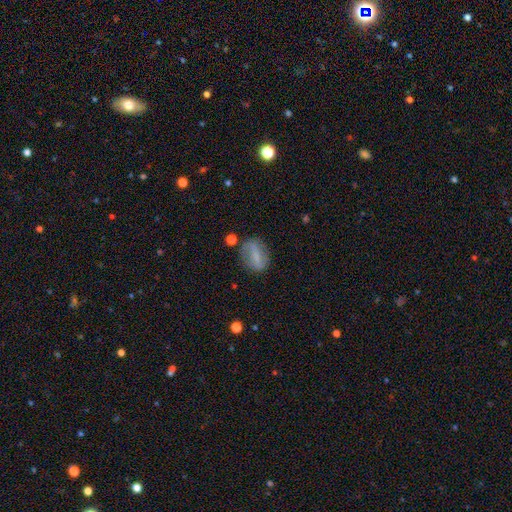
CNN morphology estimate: Smooth or featured?
  - smooth: 53% *
  - featured or disk: 38%
  - star or artifact: 9%
How rounded?
  - in between: 67% *
  - round: 23%
  - cigar-shaped: 10%
Merging?
  - none: 73% *
  - minor disturbance: 17%
  - major disturbance: 7%
  - merger: 3%